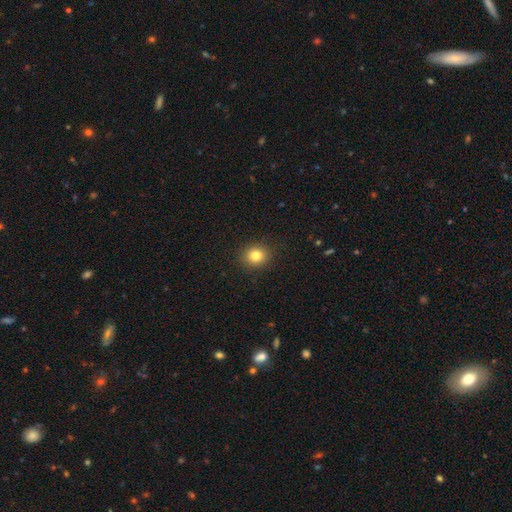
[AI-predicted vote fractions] smooth_or_featured: smooth (p=0.81) [alt: star or artifact p=0.12]
how_rounded: round (p=0.82) [alt: in between p=0.18]
merging: none (p=0.91) [alt: minor disturbance p=0.06]